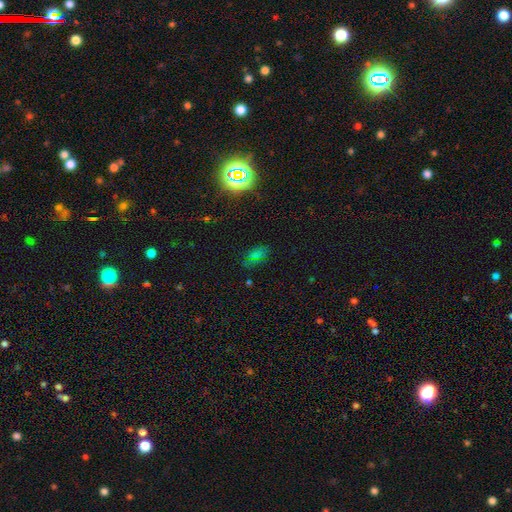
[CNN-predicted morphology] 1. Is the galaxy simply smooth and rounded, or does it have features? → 58% smooth, 32% star or artifact, 10% featured or disk.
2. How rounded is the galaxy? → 88% in between, 7% round, 5% cigar-shaped.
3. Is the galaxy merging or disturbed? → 71% none, 19% minor disturbance, 7% major disturbance, 3% merger.